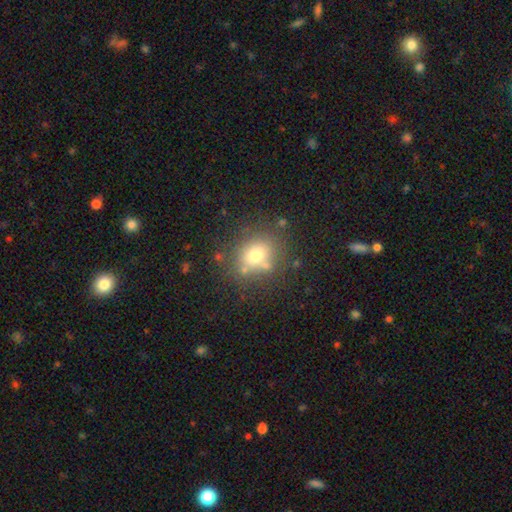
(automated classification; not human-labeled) smooth 73%, star or artifact 14%, featured or disk 13%. Down the decision tree: how rounded — round (61%); merging — none (71%).